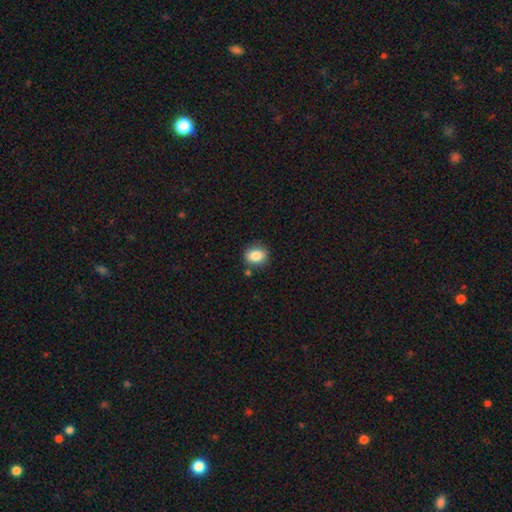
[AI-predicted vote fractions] Smooth or featured? Predicted: smooth (p=0.85). How rounded? Predicted: round (p=0.51). Merging? Predicted: none (p=0.81).